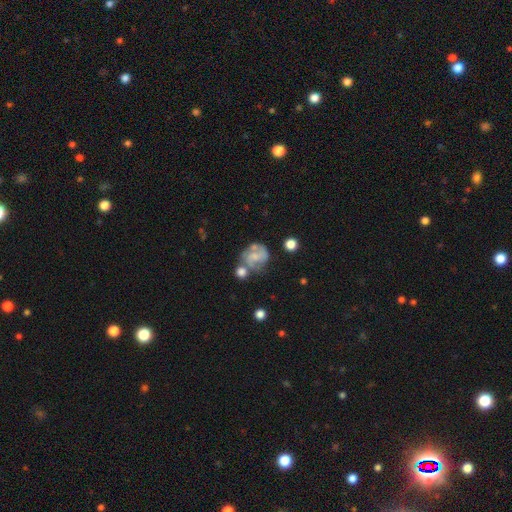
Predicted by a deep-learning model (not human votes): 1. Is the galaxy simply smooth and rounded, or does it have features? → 64% featured or disk, 28% smooth, 8% star or artifact.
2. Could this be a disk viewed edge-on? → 98% no, 2% yes.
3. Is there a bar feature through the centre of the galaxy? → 60% no, 33% weak, 7% strong.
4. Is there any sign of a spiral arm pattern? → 80% yes, 20% no.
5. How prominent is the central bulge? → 39% small, 27% none, 27% moderate, 4% large, 2% dominant.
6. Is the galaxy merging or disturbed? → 42% none, 22% minor disturbance, 20% merger, 15% major disturbance.